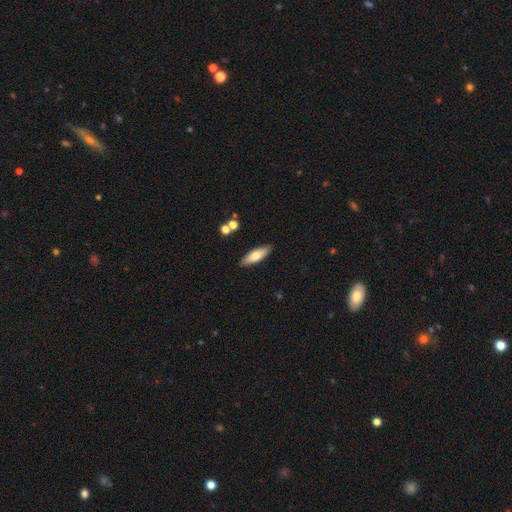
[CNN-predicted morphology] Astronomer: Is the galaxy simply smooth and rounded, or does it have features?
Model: smooth — 68%.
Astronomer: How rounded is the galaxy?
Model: in between — 50% (runner-up: cigar-shaped, 48%).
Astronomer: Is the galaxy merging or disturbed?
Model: none — 86%.